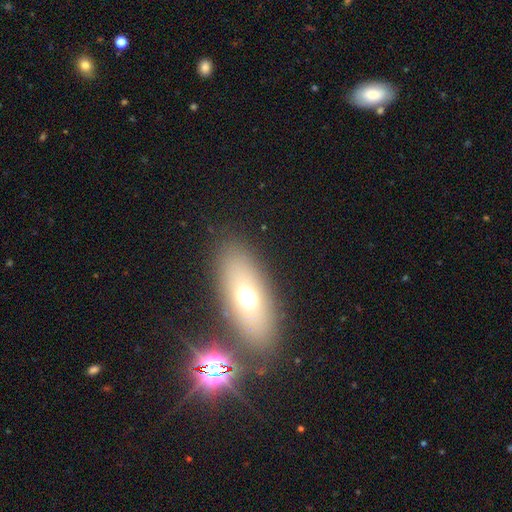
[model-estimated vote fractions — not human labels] The model was most divided on "smooth or featured": smooth: 55%, featured or disk: 31%, star or artifact: 14%. More confident: merging — none (77%); how rounded — in between (68%).